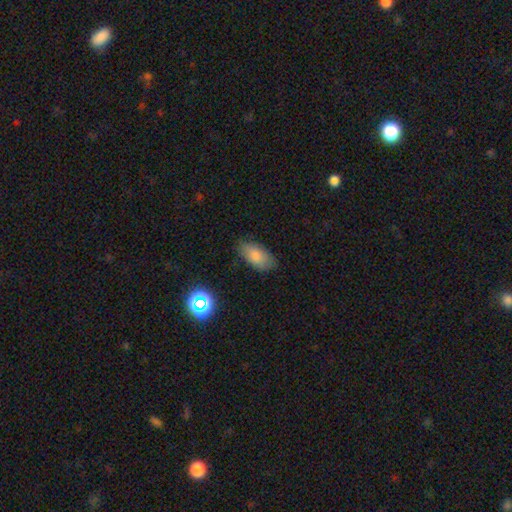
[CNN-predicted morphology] Overall: smooth (82%). How rounded: in between (93%). Merging: none (78%).